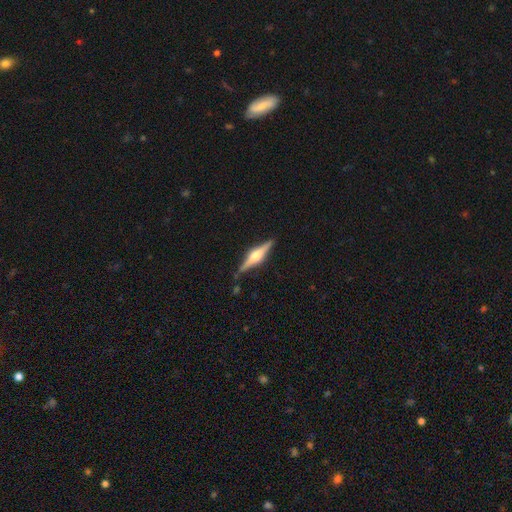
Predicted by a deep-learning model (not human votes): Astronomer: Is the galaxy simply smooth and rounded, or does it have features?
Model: featured or disk — 79%.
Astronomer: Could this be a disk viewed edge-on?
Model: yes — 98%.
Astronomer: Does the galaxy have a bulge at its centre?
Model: rounded — 90%.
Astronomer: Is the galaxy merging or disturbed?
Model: none — 87%.